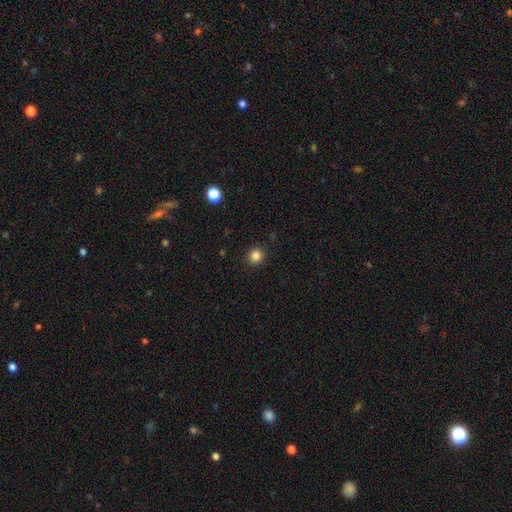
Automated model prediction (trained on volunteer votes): Smooth or featured: smooth — 84% (star or artifact — 12%)
How rounded: round — 93% (in between — 6%)
Merging: none — 92% (minor disturbance — 6%)